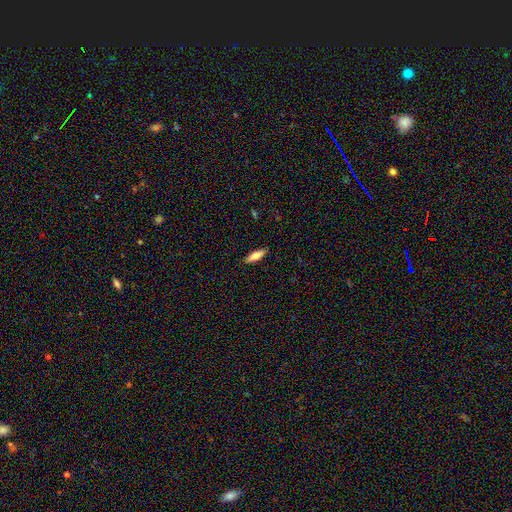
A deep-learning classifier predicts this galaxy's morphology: This is likely a smooth galaxy (78%). How rounded: possibly in between (51%). Merging: clearly none (88%).